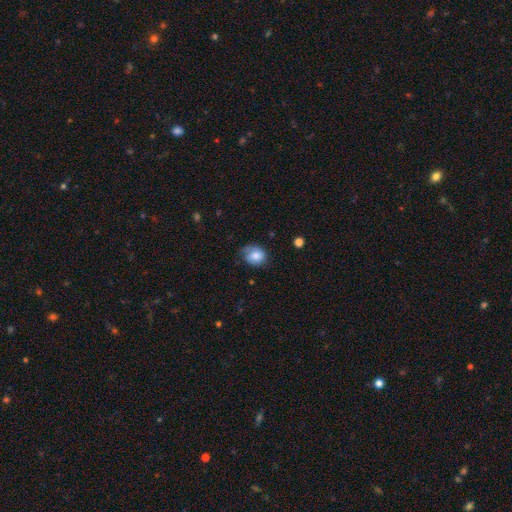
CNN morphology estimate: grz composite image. It shows a smooth galaxy with no disk features (67%) that is round (52%). Merging: none (49%).